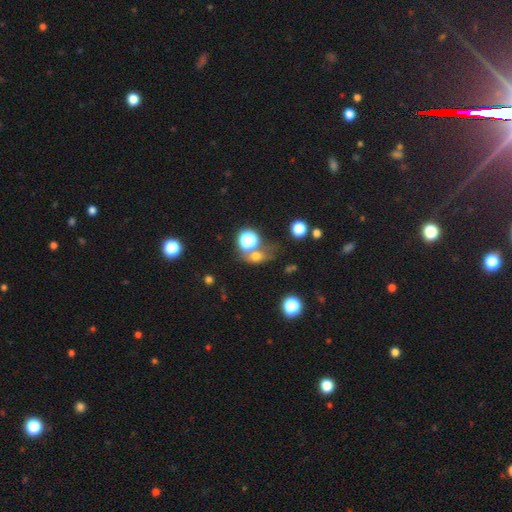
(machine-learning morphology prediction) A smooth galaxy with no disk features (60%) that is round (51%). Merging: none (55%).